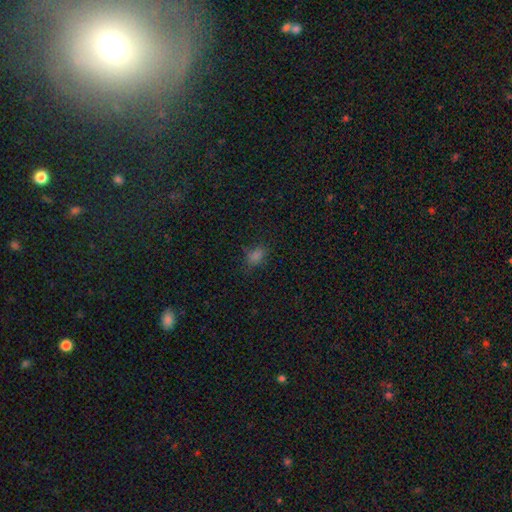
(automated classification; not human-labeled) This is likely a smooth galaxy (68%). How rounded: likely in between (73%). Merging: likely none (74%).